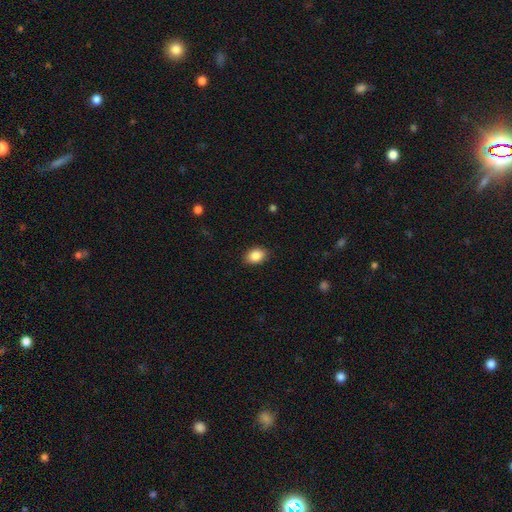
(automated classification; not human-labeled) A smooth galaxy with no disk features (86%) that is in between round and cigar-shaped (81%).

Vote fractions:
- Smooth or featured? smooth: 86% / star or artifact: 8% / featured or disk: 5%
- How rounded? in between: 81% / round: 18% / cigar-shaped: 1%
- Merging? none: 87% / minor disturbance: 10% / major disturbance: 2% / merger: 1%